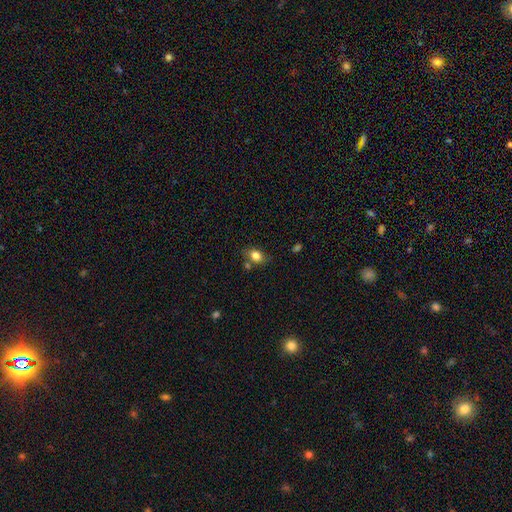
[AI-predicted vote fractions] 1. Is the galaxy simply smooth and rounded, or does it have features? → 81% smooth, 10% star or artifact, 9% featured or disk.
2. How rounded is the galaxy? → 69% in between, 29% round, 1% cigar-shaped.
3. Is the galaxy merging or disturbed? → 67% none, 18% minor disturbance, 10% merger, 5% major disturbance.